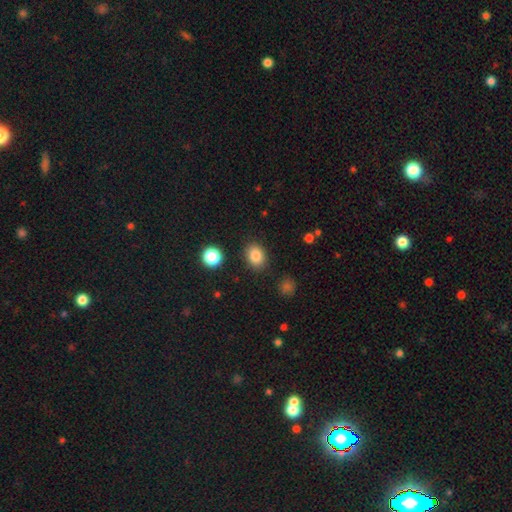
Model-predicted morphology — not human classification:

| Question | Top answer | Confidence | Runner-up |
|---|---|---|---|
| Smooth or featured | smooth | 84% | star or artifact (10%) |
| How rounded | in between | 61% | round (38%) |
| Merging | none | 87% | minor disturbance (8%) |